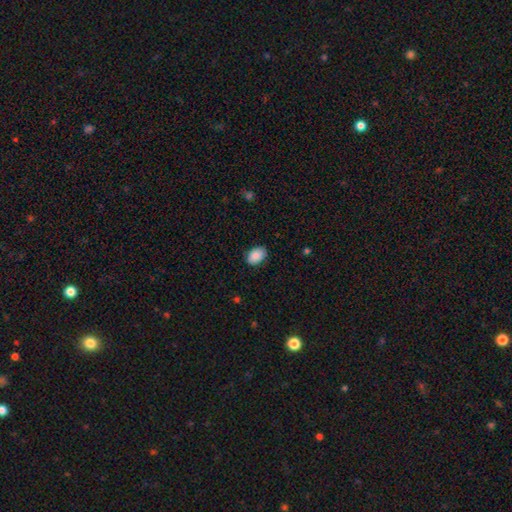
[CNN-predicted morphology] This appears to be a smooth galaxy with no disk features (89%) that is in between round and cigar-shaped (87%). Merging: none (85%).